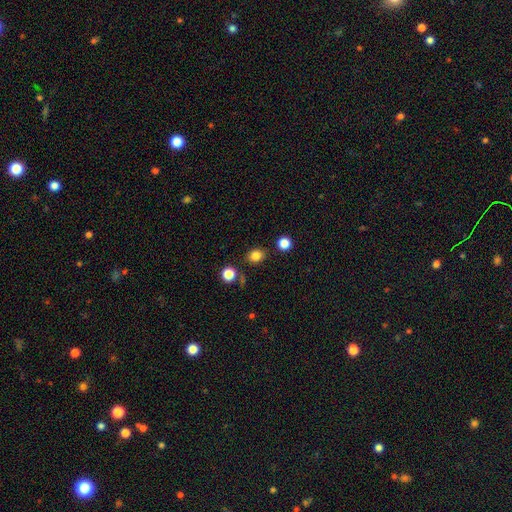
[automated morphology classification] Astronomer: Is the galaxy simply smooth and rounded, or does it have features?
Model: smooth — 83%.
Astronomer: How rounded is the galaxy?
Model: round — 56% (runner-up: in between, 43%).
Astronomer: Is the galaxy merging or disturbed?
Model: none — 83%.